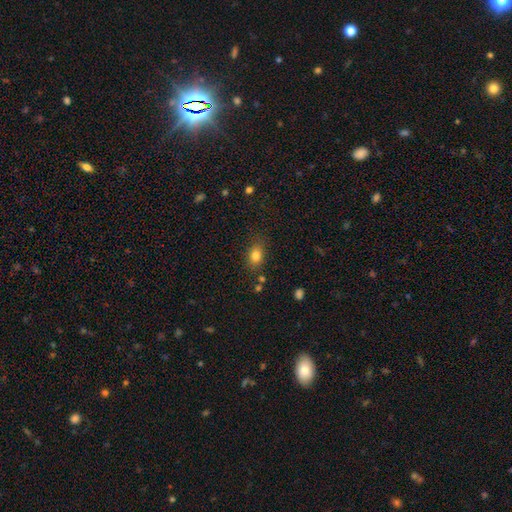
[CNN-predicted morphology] Smooth or featured?
  - smooth: 81% *
  - star or artifact: 11%
  - featured or disk: 8%
How rounded?
  - in between: 70% *
  - round: 28%
  - cigar-shaped: 2%
Merging?
  - none: 77% *
  - minor disturbance: 15%
  - major disturbance: 4%
  - merger: 4%